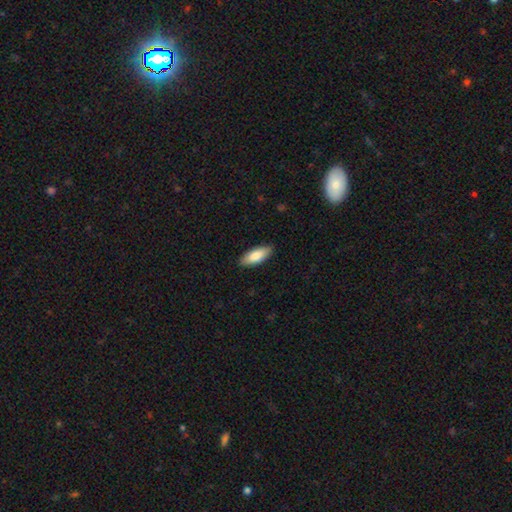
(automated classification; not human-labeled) smooth_or_featured: smooth (p=0.84) [alt: featured or disk p=0.11]
how_rounded: in between (p=0.77) [alt: cigar-shaped p=0.21]
merging: none (p=0.88) [alt: minor disturbance p=0.09]